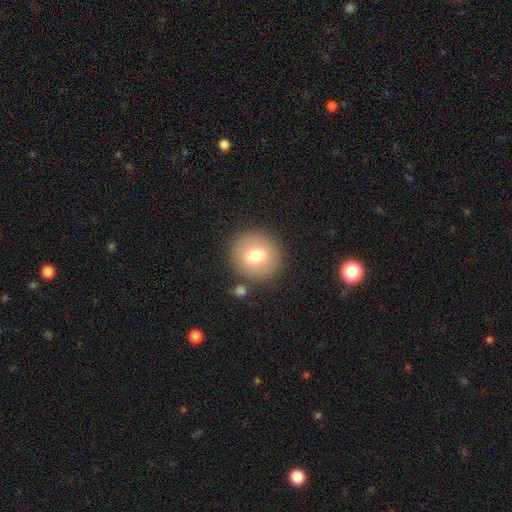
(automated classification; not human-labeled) This appears to be a smooth galaxy with no disk features (73%) that is round (91%). Merging: none (84%).